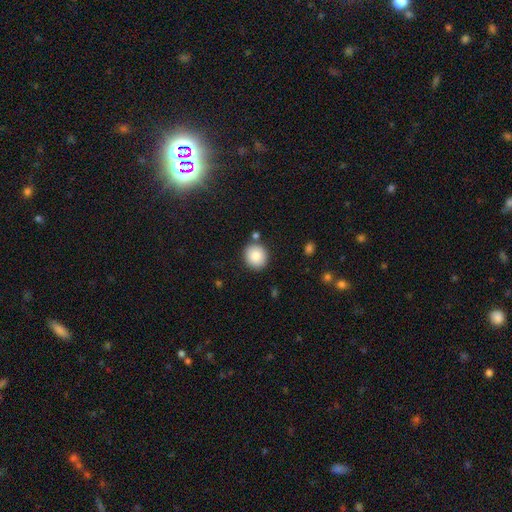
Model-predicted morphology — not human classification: Smooth or featured?
  - smooth: 82% *
  - star or artifact: 9%
  - featured or disk: 9%
How rounded?
  - round: 87% *
  - in between: 12%
  - cigar-shaped: 1%
Merging?
  - none: 84% *
  - minor disturbance: 8%
  - merger: 5%
  - major disturbance: 2%